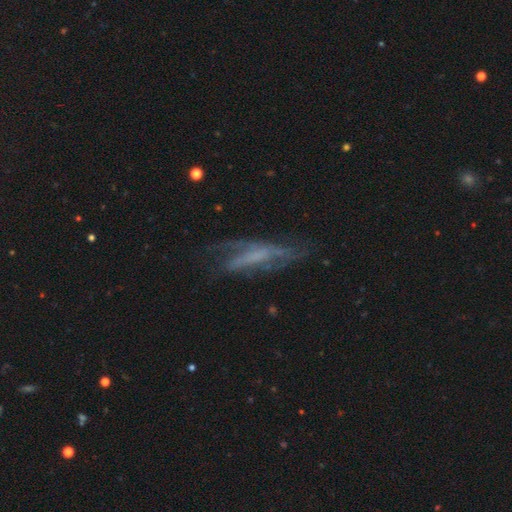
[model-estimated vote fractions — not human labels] Smooth or featured? Predicted: featured or disk (p=0.64). Edge-on disk? Predicted: no (p=0.62). Merging? Predicted: none (p=0.49).